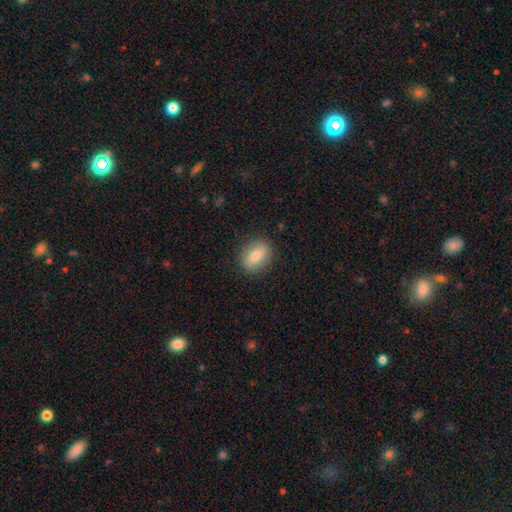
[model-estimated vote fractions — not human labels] The model was most divided on "how rounded": in between: 65%, round: 32%, cigar-shaped: 3%. More confident: merging — none (86%); smooth or featured — smooth (72%).